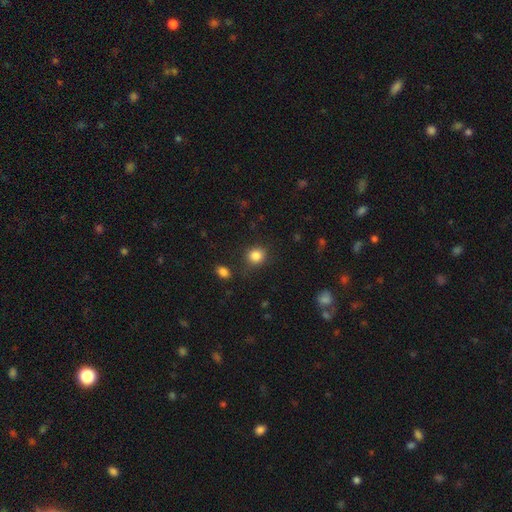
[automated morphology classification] Overall: smooth (84%). How rounded: round (80%). Merging: none (80%).